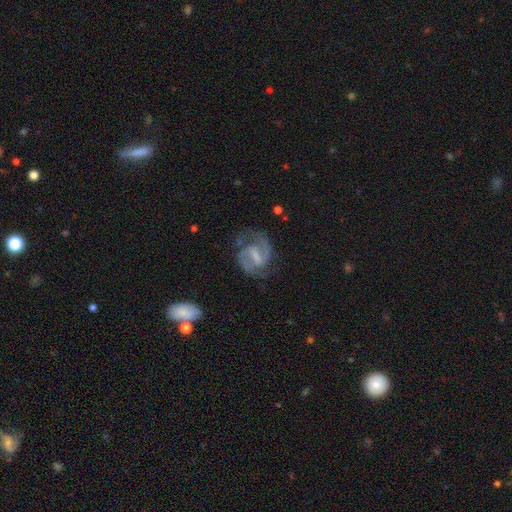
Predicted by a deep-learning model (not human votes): This appears to be a featured or disk galaxy (89%) with a weak bar (48%), 2 (92%) medium (60%) spiral arms (97%) and a small central bulge (39%). Merging: none (74%).